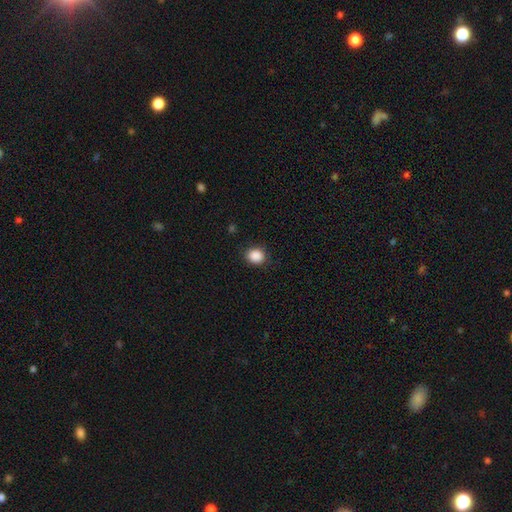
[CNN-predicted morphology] Smooth or featured?
  - smooth: 88% *
  - star or artifact: 9%
  - featured or disk: 3%
How rounded?
  - round: 74% *
  - in between: 26%
  - cigar-shaped: 1%
Merging?
  - none: 87% *
  - minor disturbance: 9%
  - major disturbance: 3%
  - merger: 1%